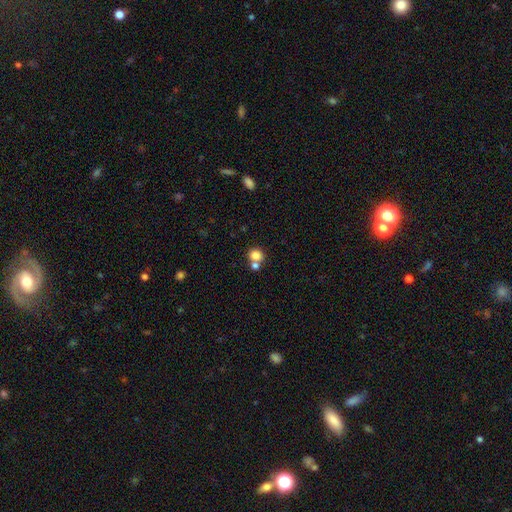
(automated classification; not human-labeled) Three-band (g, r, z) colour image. It shows a smooth galaxy with no disk features (82%) that is round (70%). Merging: none (50%).